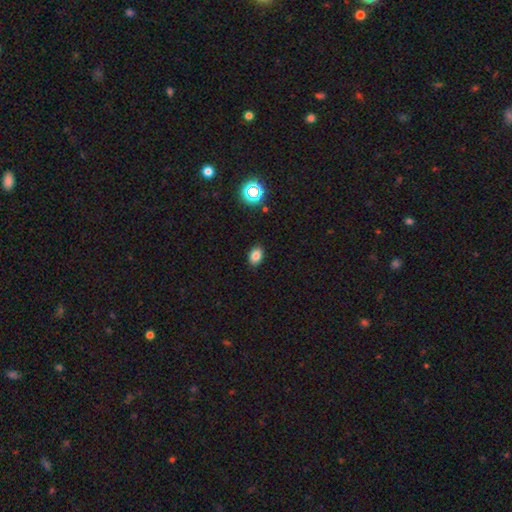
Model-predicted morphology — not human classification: smooth-or-featured: smooth: 81% | star or artifact: 13% | featured or disk: 6%
  how-rounded: in between: 79% | round: 20% | cigar-shaped: 1%
  merging: none: 89% | minor disturbance: 8% | major disturbance: 2% | merger: 1%